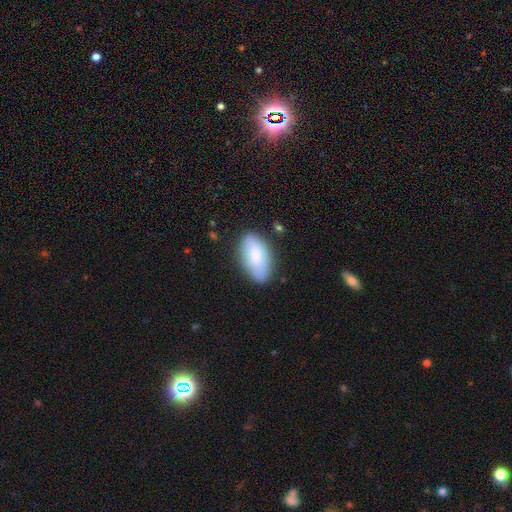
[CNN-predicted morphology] This appears to be a smooth galaxy with no disk features (75%) that is in between round and cigar-shaped (93%). Merging: none (75%).